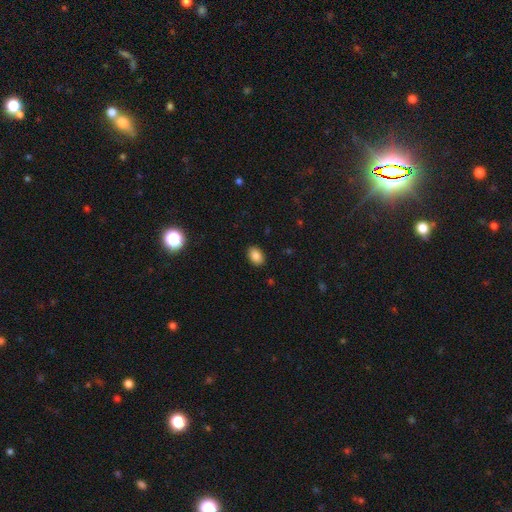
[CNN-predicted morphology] Smooth or featured? smooth (86%)
How rounded? in between (80%)
Merging? none (89%)